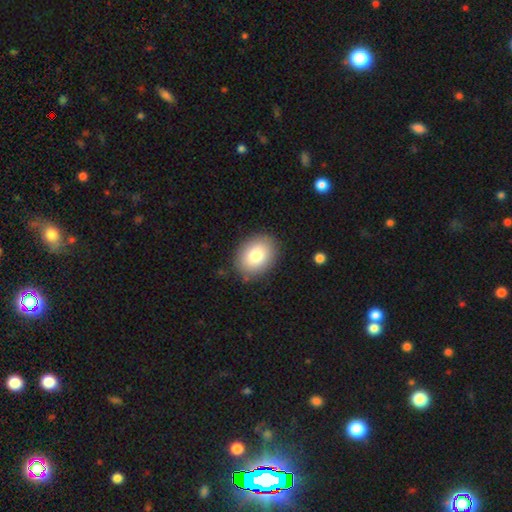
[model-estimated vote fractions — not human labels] This appears to be a smooth galaxy with no disk features (81%) that is in between round and cigar-shaped (61%). Merging: none (86%).